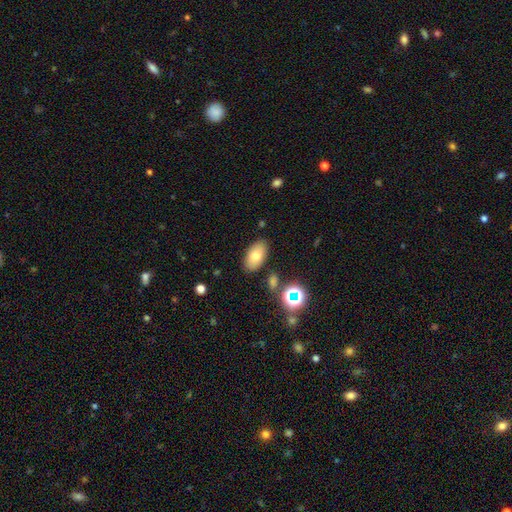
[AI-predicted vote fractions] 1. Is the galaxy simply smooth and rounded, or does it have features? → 73% smooth, 16% featured or disk, 11% star or artifact.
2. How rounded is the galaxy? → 93% in between, 5% round, 2% cigar-shaped.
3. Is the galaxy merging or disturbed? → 84% none, 10% minor disturbance, 3% merger, 3% major disturbance.